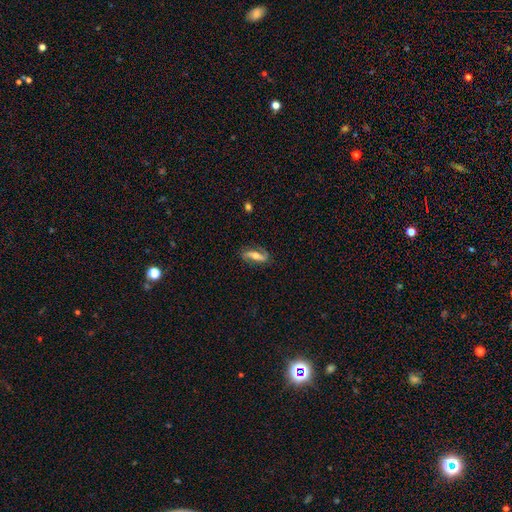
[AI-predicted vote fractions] A featured or disk galaxy (65%) with a strong bar (47%), spiral arms (86%) and a moderate central bulge (60%).

Vote fractions:
- Smooth or featured? featured or disk: 65% / smooth: 28% / star or artifact: 7%
- Edge-on disk? no: 80% / yes: 20%
- Bar? strong: 47% / no: 27% / weak: 26%
- Spiral arms? yes: 86% / no: 14%
- Bulge size? moderate: 60% / small: 25% / large: 10% / none: 3% / dominant: 2%
- Merging? none: 78% / minor disturbance: 16% / major disturbance: 5% / merger: 1%